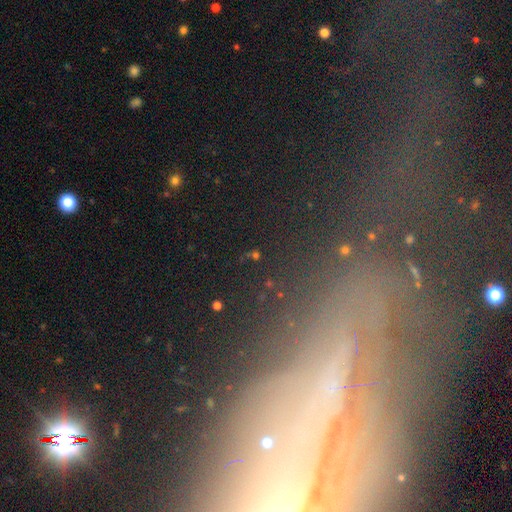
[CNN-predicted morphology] star or artifact 59%, smooth 27%, featured or disk 14%.